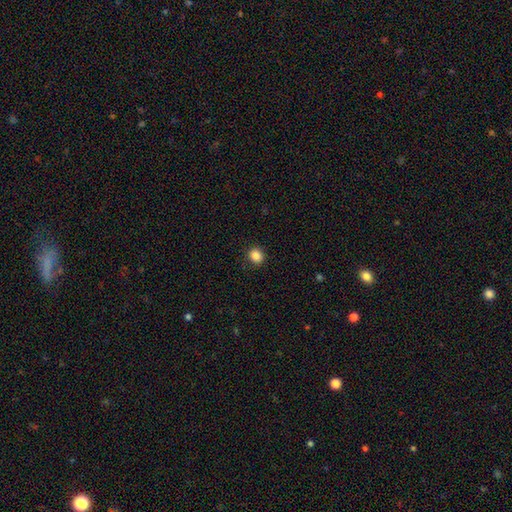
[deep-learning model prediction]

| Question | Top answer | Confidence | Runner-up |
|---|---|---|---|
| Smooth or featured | smooth | 87% | star or artifact (10%) |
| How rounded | round | 77% | in between (22%) |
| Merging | none | 90% | minor disturbance (7%) |